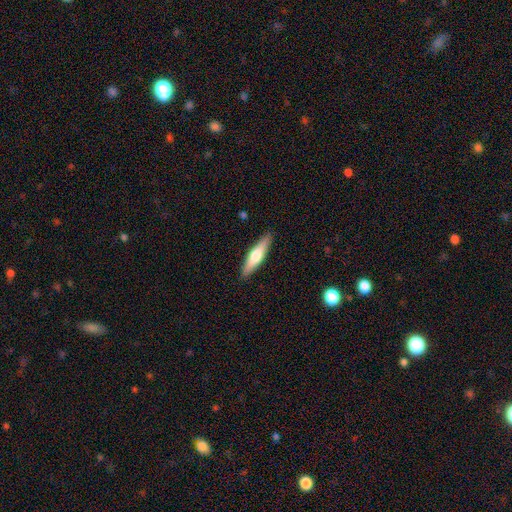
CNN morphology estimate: This is possibly a smooth galaxy (54%). How rounded: likely cigar-shaped (76%). Merging: clearly none (90%).